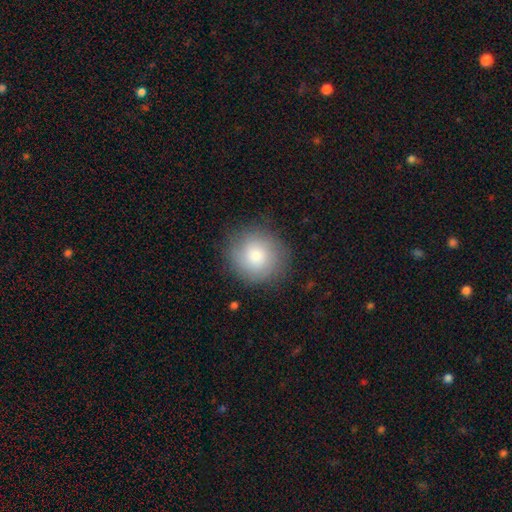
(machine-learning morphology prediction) type=smooth (73%); roundness=round (89%); merging=none (84%).